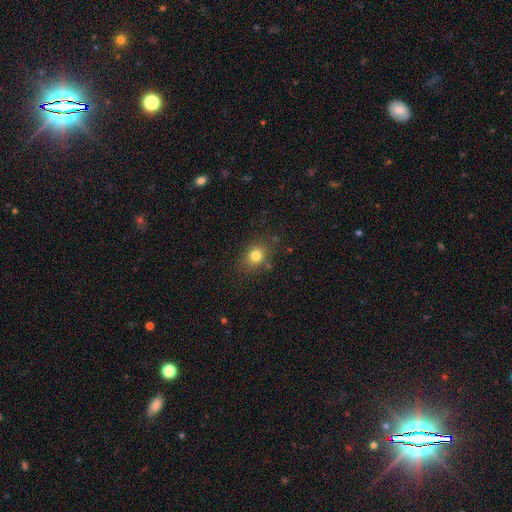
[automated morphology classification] Smooth or featured? smooth (80%)
How rounded? round (56%)
Merging? none (81%)